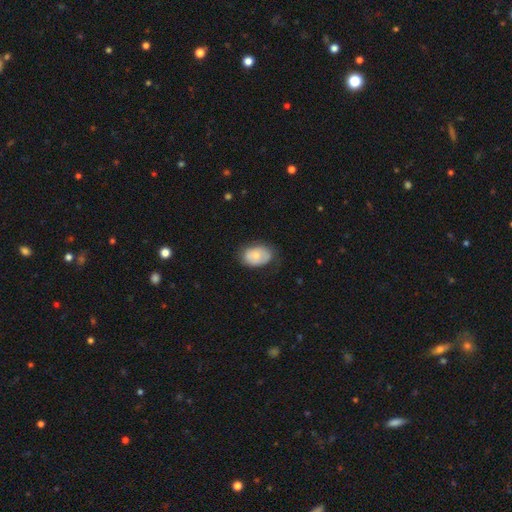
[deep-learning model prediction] Overall: smooth (70%). How rounded: in between (83%). Merging: none (64%; minor disturbance 27%).